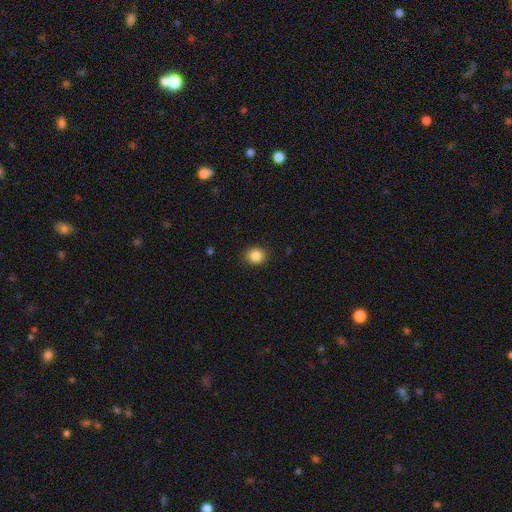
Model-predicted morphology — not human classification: Q: Smooth or featured?
A: smooth (86%); runner-up: star or artifact (10%)
Q: How rounded?
A: round (67%); runner-up: in between (32%)
Q: Merging?
A: none (87%); runner-up: minor disturbance (9%)